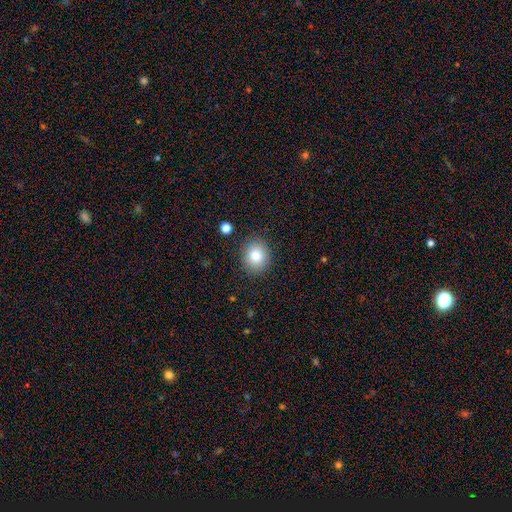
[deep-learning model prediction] smooth 81%, star or artifact 10%, featured or disk 9%. Down the decision tree: how rounded — round (68%); merging — none (88%).